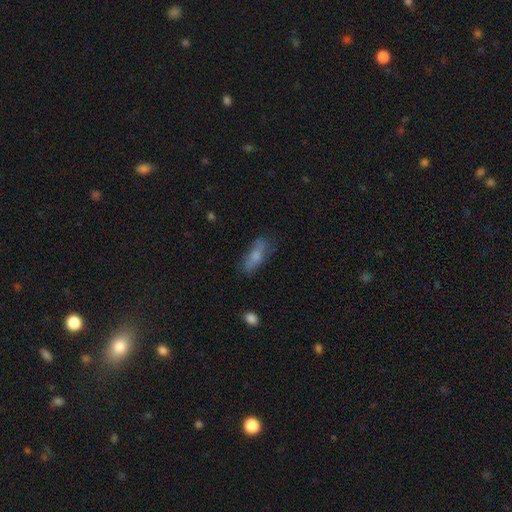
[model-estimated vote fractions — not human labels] smooth-or-featured: smooth: 67% | featured or disk: 26% | star or artifact: 8%
  how-rounded: in between: 60% | cigar-shaped: 37% | round: 3%
  merging: none: 67% | minor disturbance: 23% | major disturbance: 8% | merger: 2%